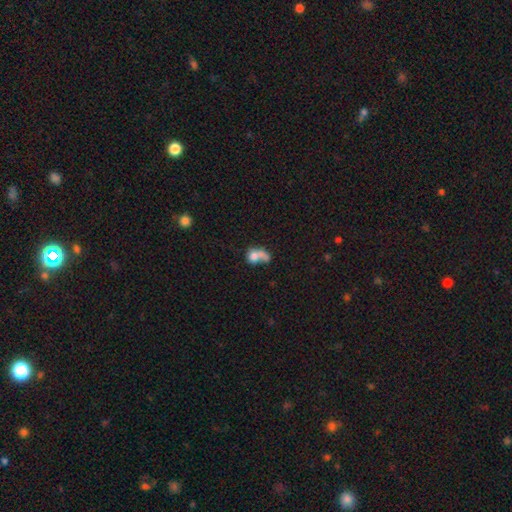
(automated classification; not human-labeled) smooth 67%, featured or disk 22%, star or artifact 11%. Down the decision tree: how rounded — in between (50%); merging — merger (52%).